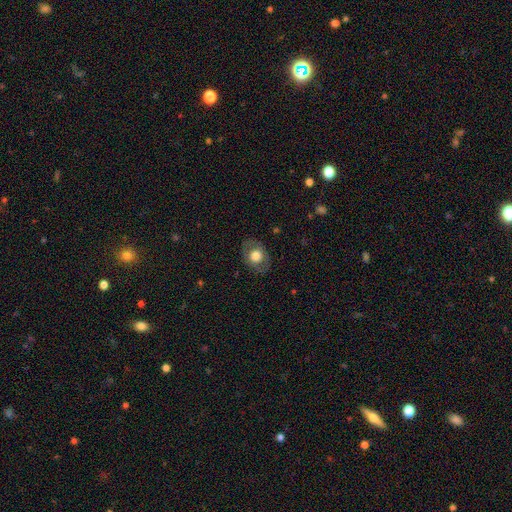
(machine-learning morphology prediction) Overall: smooth (64%; featured or disk 29%). How rounded: in between (53%; round 46%). Merging: none (81%).